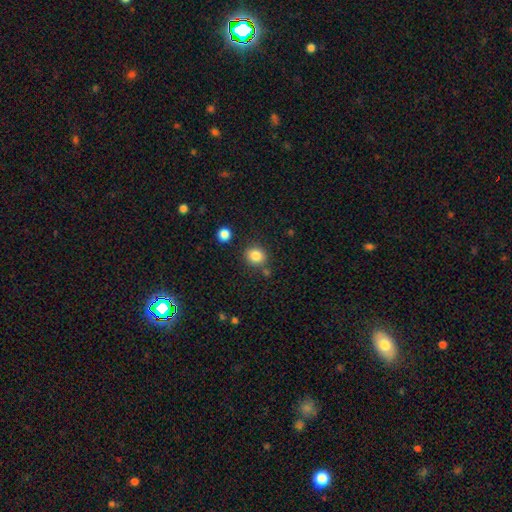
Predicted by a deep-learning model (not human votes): Overall: smooth (85%). How rounded: round (82%). Merging: none (81%).